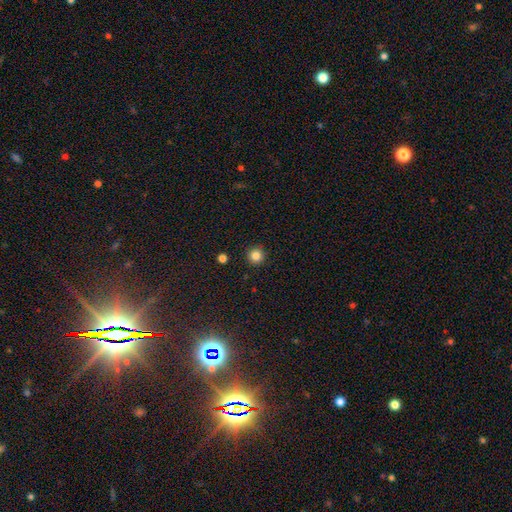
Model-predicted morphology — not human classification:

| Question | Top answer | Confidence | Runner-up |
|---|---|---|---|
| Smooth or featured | smooth | 84% | star or artifact (12%) |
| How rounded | round | 96% | in between (3%) |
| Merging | none | 92% | minor disturbance (5%) |